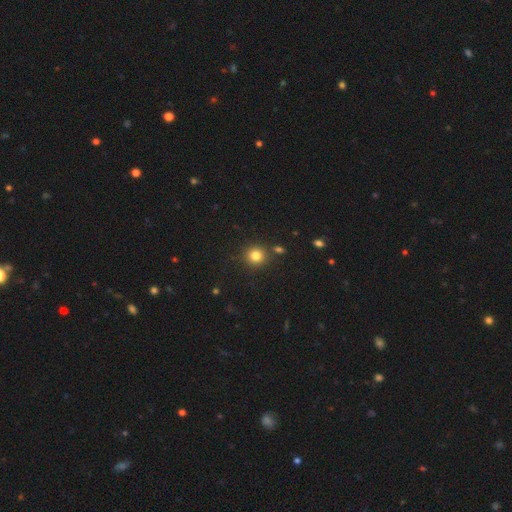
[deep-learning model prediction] Smooth or featured: smooth — 81% (star or artifact — 13%)
How rounded: round — 92% (in between — 7%)
Merging: none — 84% (minor disturbance — 7%)